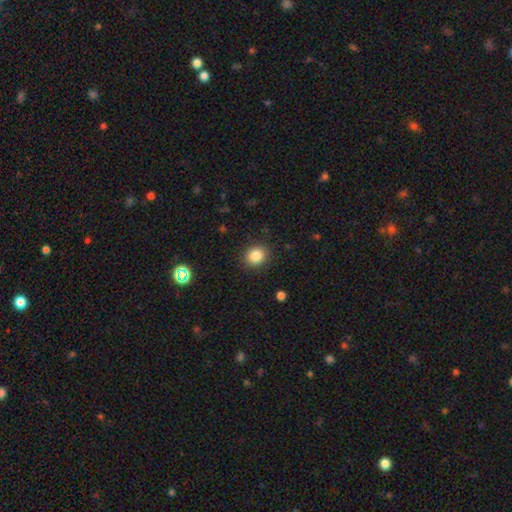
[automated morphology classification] The model was most divided on "how rounded": round: 78%, in between: 22%, cigar-shaped: 1%. More confident: merging — none (88%); smooth or featured — smooth (84%).